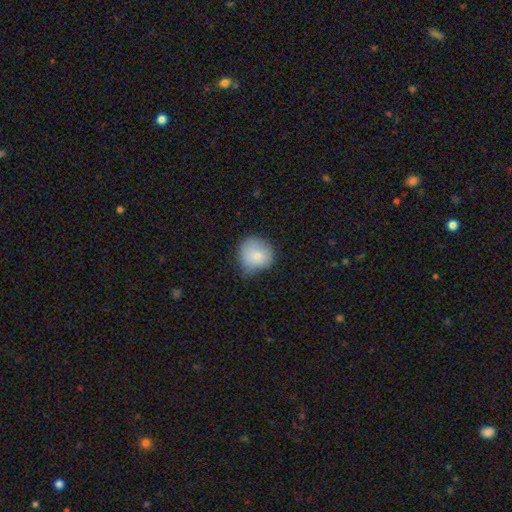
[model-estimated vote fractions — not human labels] Smooth or featured? smooth (80%)
How rounded? round (86%)
Merging? none (57%)